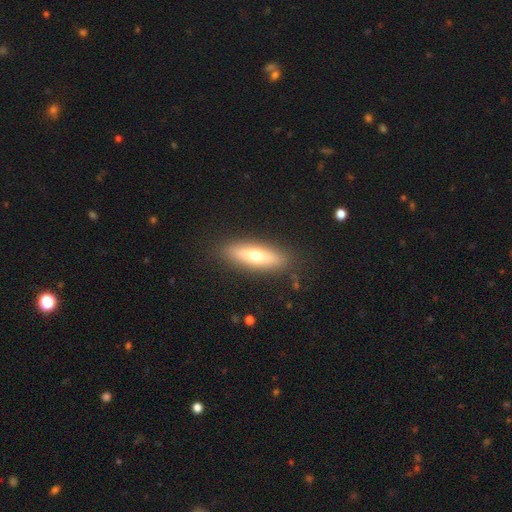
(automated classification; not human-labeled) This appears to be a smooth galaxy with no disk features (56%) that is cigar-shaped (61%). Merging: none (87%).